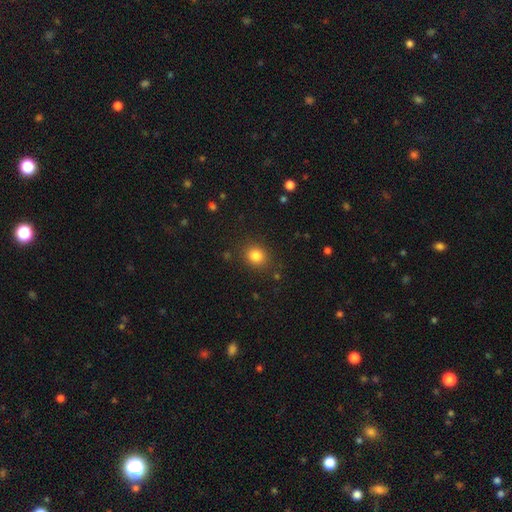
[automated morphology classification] smooth 83%, star or artifact 12%, featured or disk 5%. Down the decision tree: how rounded — round (73%); merging — none (87%).